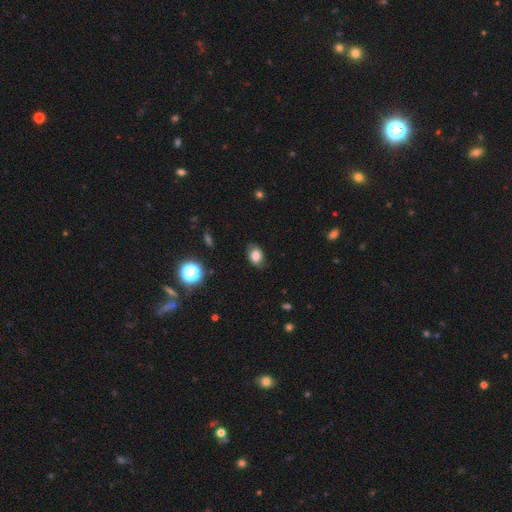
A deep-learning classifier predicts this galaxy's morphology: This appears to be a smooth galaxy with no disk features (77%) that is in between round and cigar-shaped (76%). Merging: none (80%).